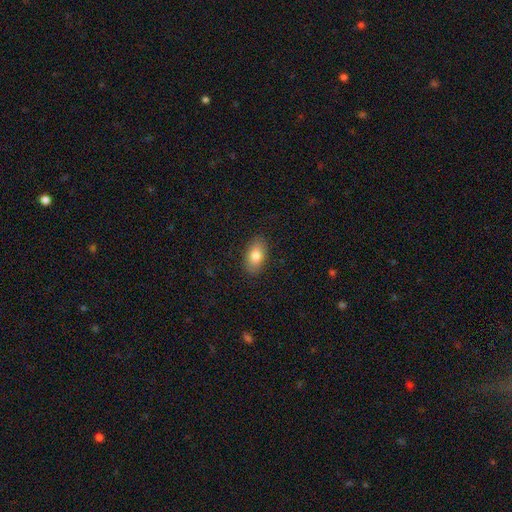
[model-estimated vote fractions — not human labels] A smooth galaxy with no disk features (81%) that is in between round and cigar-shaped (92%).

Vote fractions:
- Smooth or featured? smooth: 81% / featured or disk: 12% / star or artifact: 7%
- How rounded? in between: 92% / round: 6% / cigar-shaped: 2%
- Merging? none: 87% / minor disturbance: 9% / major disturbance: 2% / merger: 1%